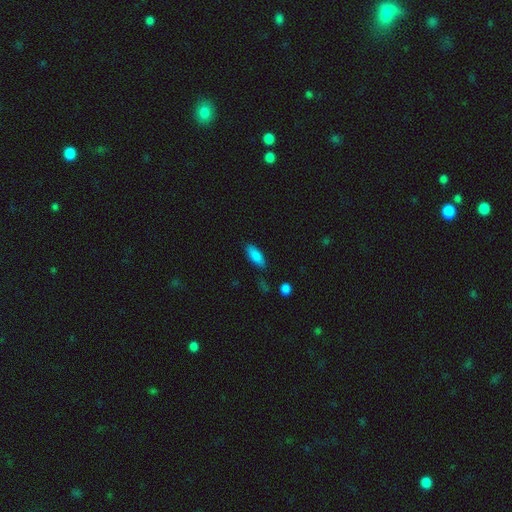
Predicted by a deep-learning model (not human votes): Smooth or featured? Predicted: smooth (p=0.85). How rounded? Predicted: in between (p=0.75). Merging? Predicted: none (p=0.77).